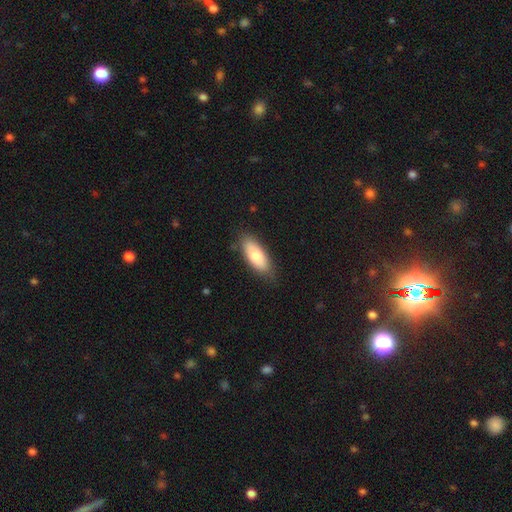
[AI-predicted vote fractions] The model was most divided on "how rounded": in between: 79%, cigar-shaped: 19%, round: 2%. More confident: merging — none (80%); smooth or featured — smooth (78%).